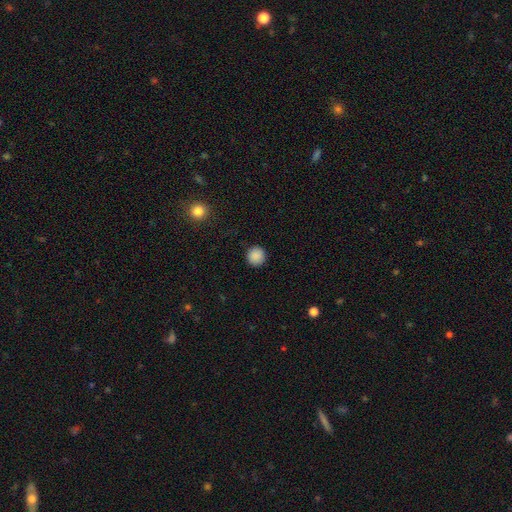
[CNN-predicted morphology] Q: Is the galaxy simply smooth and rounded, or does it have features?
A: smooth — 88%.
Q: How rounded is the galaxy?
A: round — 95%.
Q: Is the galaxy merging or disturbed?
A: none — 92%.